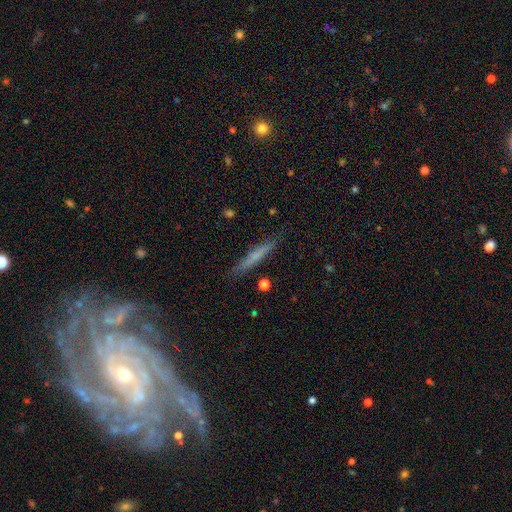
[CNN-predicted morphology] Smooth or featured?
  - smooth: 55% *
  - featured or disk: 37%
  - star or artifact: 7%
How rounded?
  - cigar-shaped: 94% *
  - in between: 4%
  - round: 2%
Merging?
  - none: 86% *
  - minor disturbance: 10%
  - major disturbance: 2%
  - merger: 2%